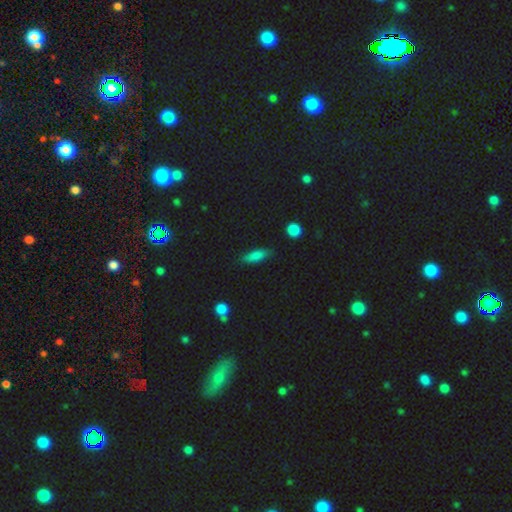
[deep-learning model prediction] A smooth galaxy with no disk features (78%) that is in between round and cigar-shaped (53%). Merging: none (81%).